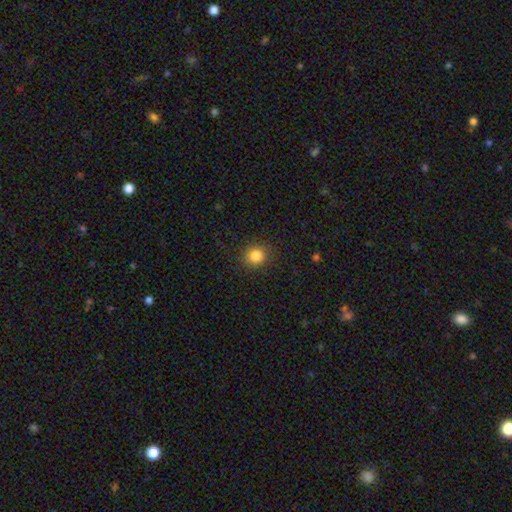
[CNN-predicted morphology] smooth 84%, star or artifact 11%, featured or disk 5%. Down the decision tree: how rounded — round (81%); merging — none (88%).